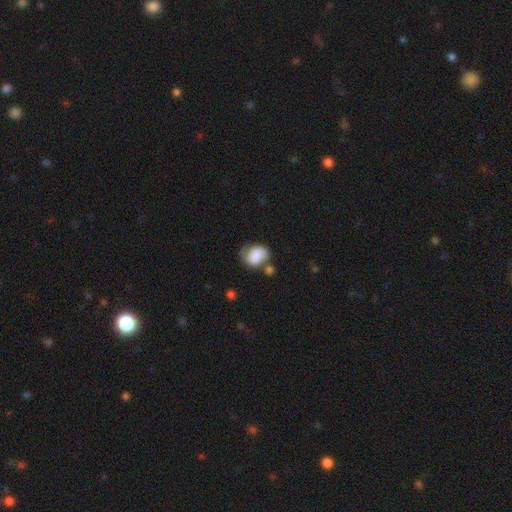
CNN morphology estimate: smooth_or_featured: smooth (p=0.63) [alt: featured or disk p=0.29]
how_rounded: in between (p=0.57) [alt: round p=0.42]
merging: none (p=0.40) [alt: minor disturbance p=0.29]